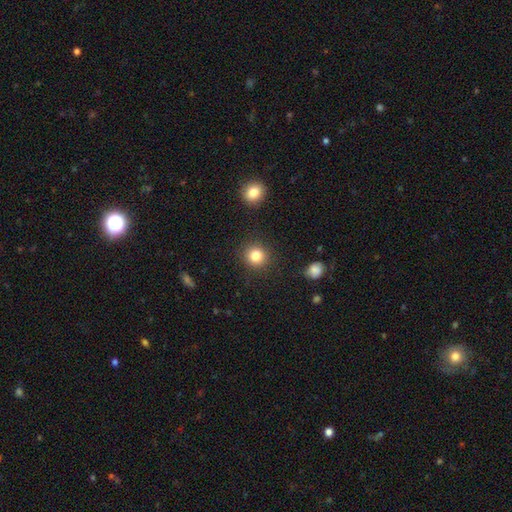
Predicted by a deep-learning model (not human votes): Smooth or featured?
  - smooth: 83% *
  - star or artifact: 11%
  - featured or disk: 6%
How rounded?
  - round: 91% *
  - in between: 8%
  - cigar-shaped: 1%
Merging?
  - none: 90% *
  - minor disturbance: 6%
  - major disturbance: 2%
  - merger: 2%